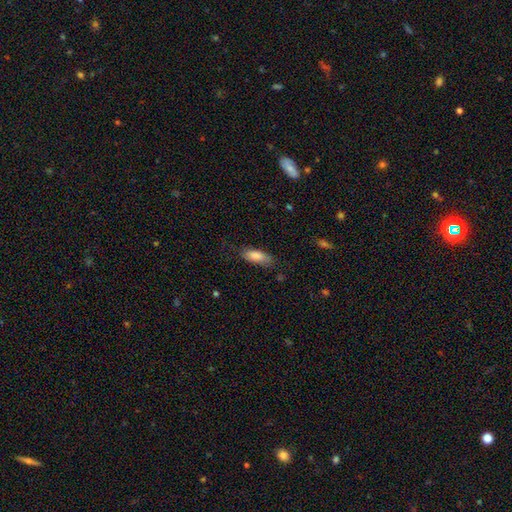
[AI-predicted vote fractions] Smooth or featured? smooth (83%)
How rounded? in between (73%)
Merging? none (73%)